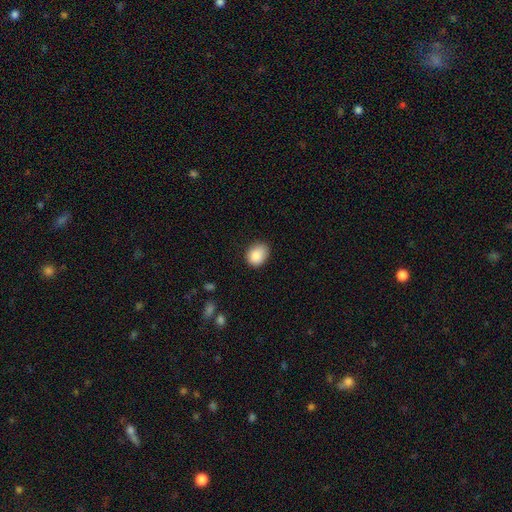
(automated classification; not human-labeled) This is clearly a smooth galaxy (87%). How rounded: possibly in between (51%). Merging: likely none (75%).